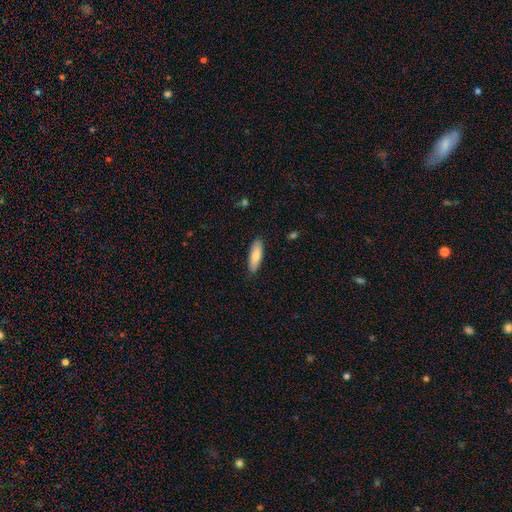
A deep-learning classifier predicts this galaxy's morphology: Smooth or featured? smooth (79%)
How rounded? in between (57%)
Merging? none (87%)